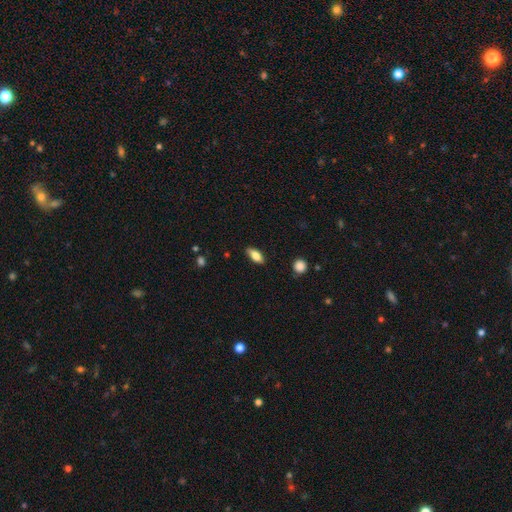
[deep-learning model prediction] This appears to be a smooth galaxy with no disk features (79%) that is in between round and cigar-shaped (84%). Merging: none (80%).